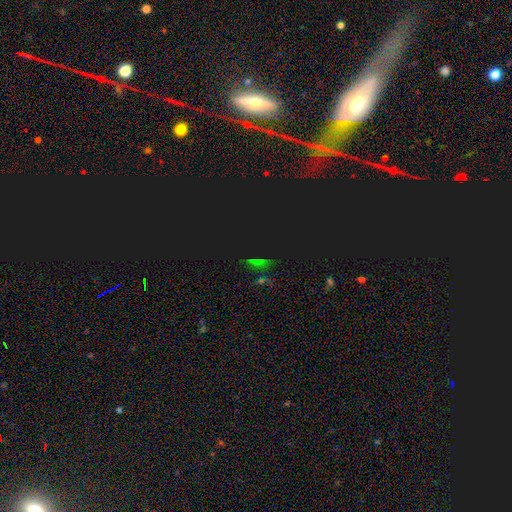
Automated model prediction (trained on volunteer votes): A star or artifact, not a galaxy (77%).